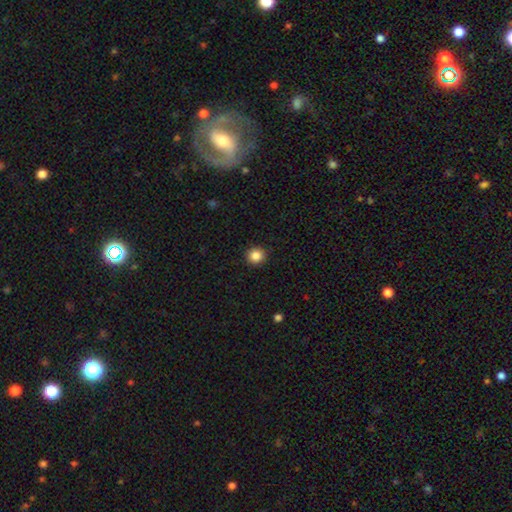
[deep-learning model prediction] This is clearly a smooth galaxy (86%). How rounded: clearly round (91%). Merging: clearly none (91%).